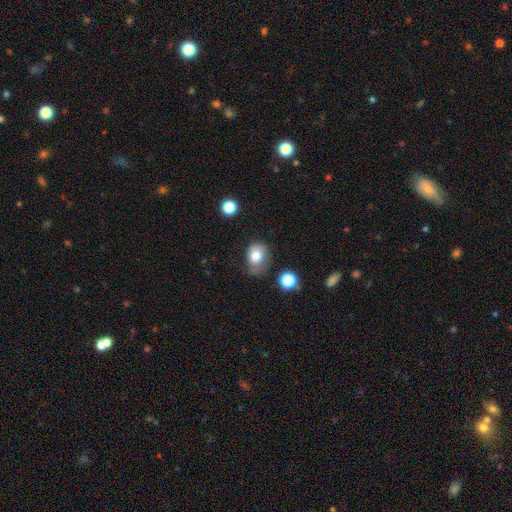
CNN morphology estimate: type=smooth (77%); roundness=in between (51%); merging=none (47%).